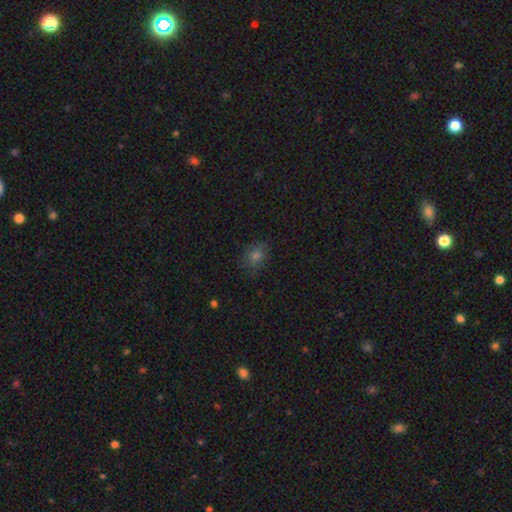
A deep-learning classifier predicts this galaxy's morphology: Overall: smooth (69%). How rounded: in between (52%; round 47%). Merging: none (81%).